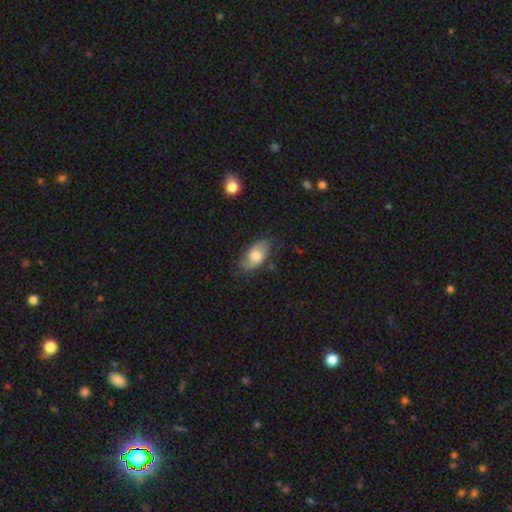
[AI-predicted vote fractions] A smooth galaxy with no disk features (71%) that is in between round and cigar-shaped (92%). Merging: none (68%).